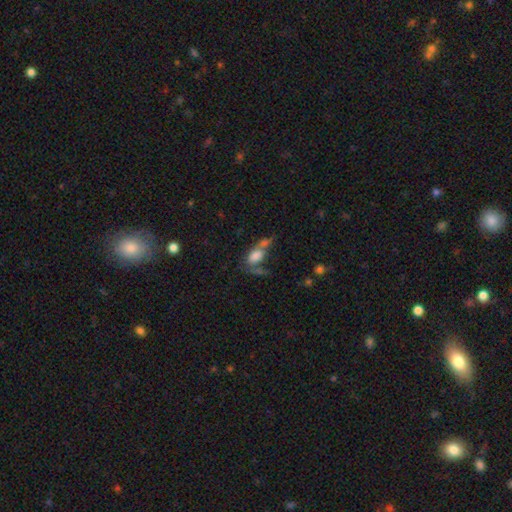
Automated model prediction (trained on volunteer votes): A smooth galaxy with no disk features (69%) that is in between round and cigar-shaped (84%). Merging: merger (45%).